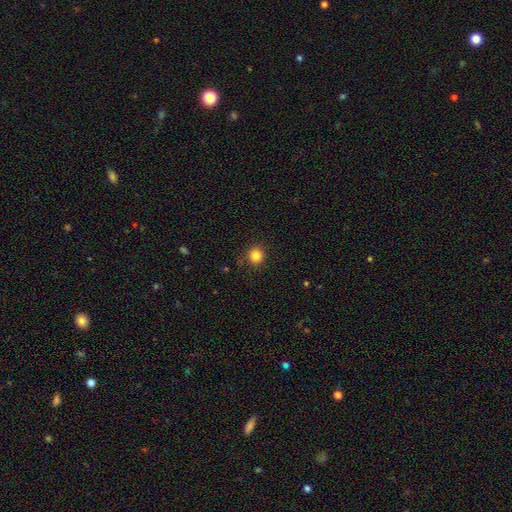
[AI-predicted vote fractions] Smooth or featured? Predicted: smooth (p=0.84). How rounded? Predicted: round (p=0.91). Merging? Predicted: none (p=0.88).